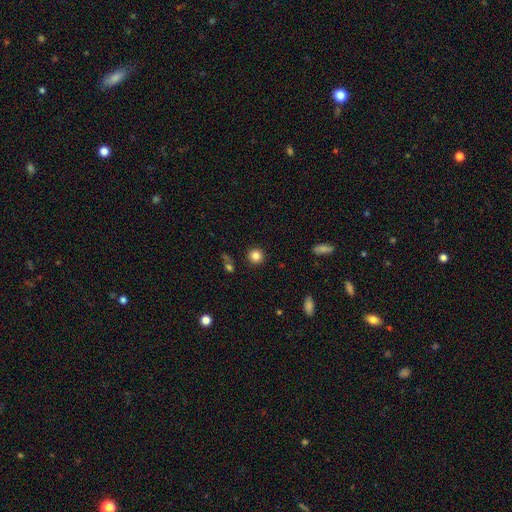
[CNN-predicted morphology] Smooth or featured?
  - smooth: 84% *
  - star or artifact: 11%
  - featured or disk: 5%
How rounded?
  - round: 93% *
  - in between: 6%
  - cigar-shaped: 1%
Merging?
  - none: 89% *
  - minor disturbance: 6%
  - merger: 3%
  - major disturbance: 2%